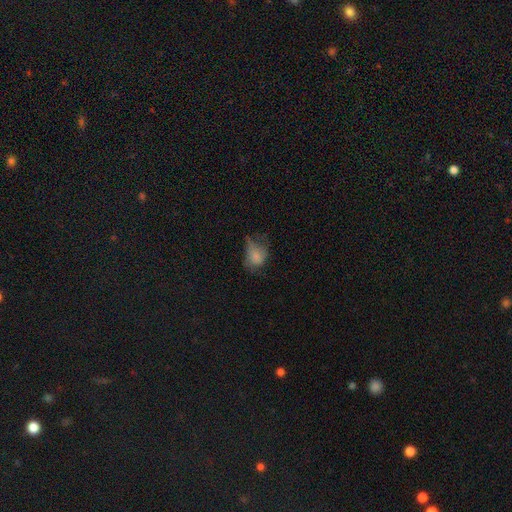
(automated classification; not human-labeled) smooth-or-featured: smooth: 66% | featured or disk: 22% | star or artifact: 11%
  how-rounded: in between: 69% | round: 30% | cigar-shaped: 1%
  merging: major disturbance: 38% | minor disturbance: 31% | none: 29% | merger: 2%